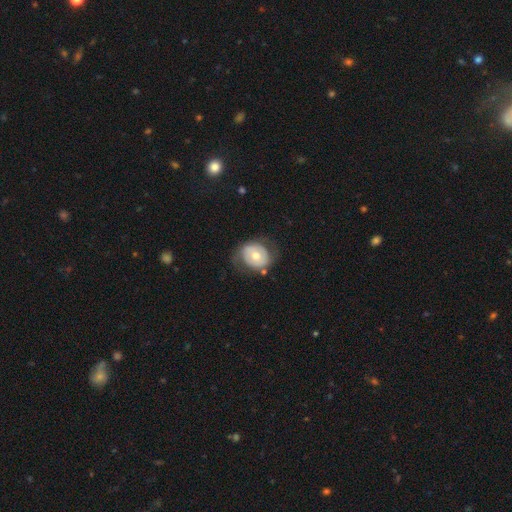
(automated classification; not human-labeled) A featured or disk galaxy (47%, tied with smooth). Merging: none (62%).